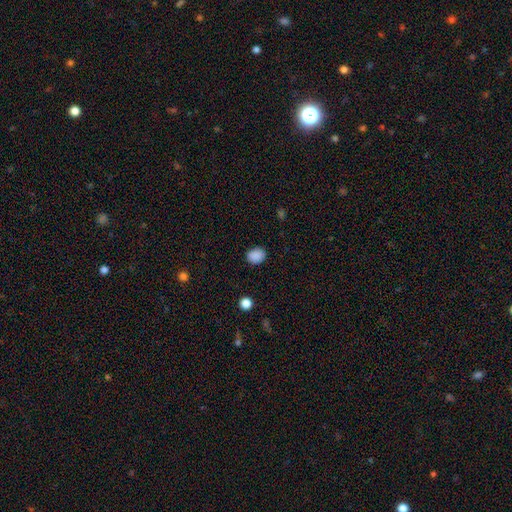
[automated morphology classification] type=smooth (88%); roundness=round (52%); merging=none (85%).